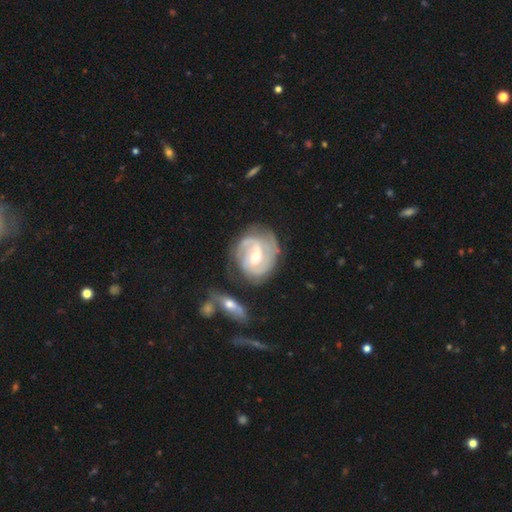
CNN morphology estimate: Smooth or featured? featured or disk (85%)
Edge-on disk? no (97%)
Bar? weak (53%)
Spiral arms? yes (96%)
Spiral winding? tight (57%)
Spiral arm count? 2 (50%)
Bulge size? moderate (53%)
Merging? none (63%)